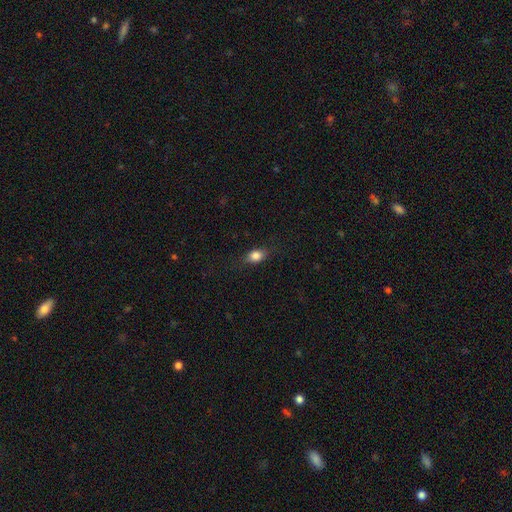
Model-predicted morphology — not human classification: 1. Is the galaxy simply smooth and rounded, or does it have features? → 81% smooth, 10% featured or disk, 9% star or artifact.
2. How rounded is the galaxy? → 73% in between, 22% round, 5% cigar-shaped.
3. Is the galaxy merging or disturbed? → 80% none, 15% minor disturbance, 4% major disturbance, 1% merger.